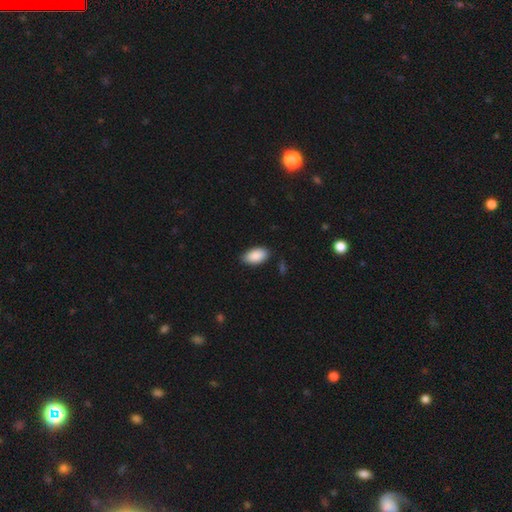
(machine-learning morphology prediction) Q: Smooth or featured?
A: smooth (90%); runner-up: star or artifact (6%)
Q: How rounded?
A: in between (95%); runner-up: round (3%)
Q: Merging?
A: none (83%); runner-up: minor disturbance (13%)